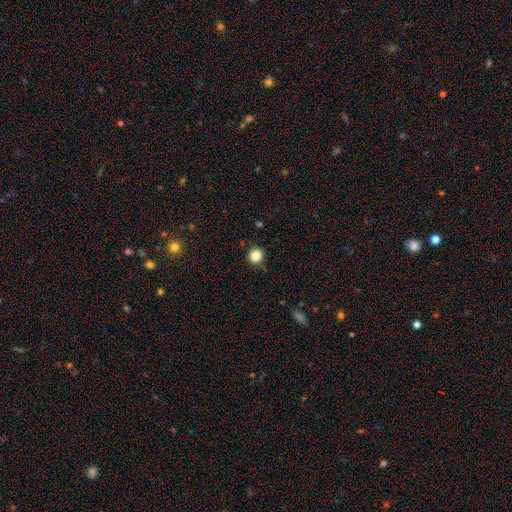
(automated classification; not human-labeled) A smooth galaxy with no disk features (84%) that is round (92%). Merging: none (87%).